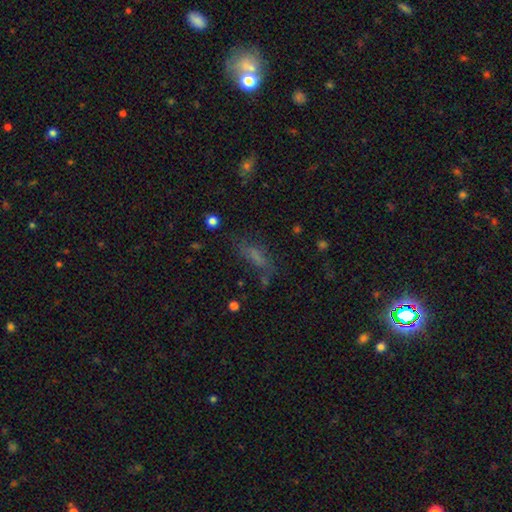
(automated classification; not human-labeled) Smooth or featured: smooth — 61% (star or artifact — 21%)
How rounded: cigar-shaped — 51% (in between — 45%)
Merging: none — 57% (minor disturbance — 22%)